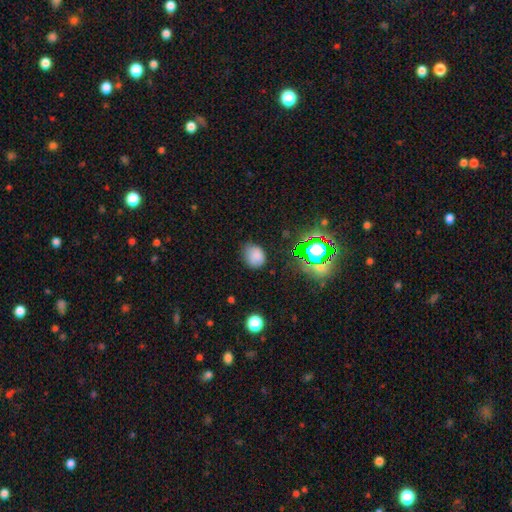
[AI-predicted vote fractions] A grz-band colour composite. It shows a smooth galaxy with no disk features (76%) that is round (56%). Merging: none (68%).